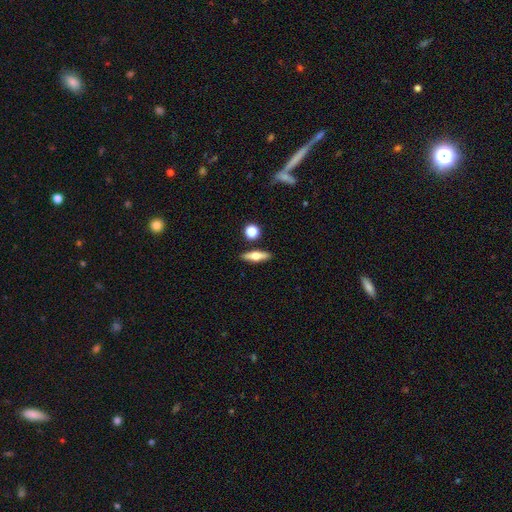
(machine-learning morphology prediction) Smooth or featured? Predicted: smooth (p=0.50). How rounded? Predicted: cigar-shaped (p=0.55). Merging? Predicted: none (p=0.85).